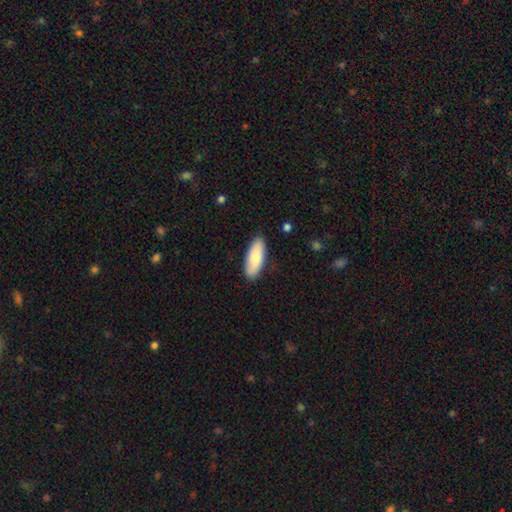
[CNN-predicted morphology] The model was most divided on "how rounded": in between: 77%, cigar-shaped: 21%, round: 2%. More confident: merging — none (86%); smooth or featured — smooth (80%).